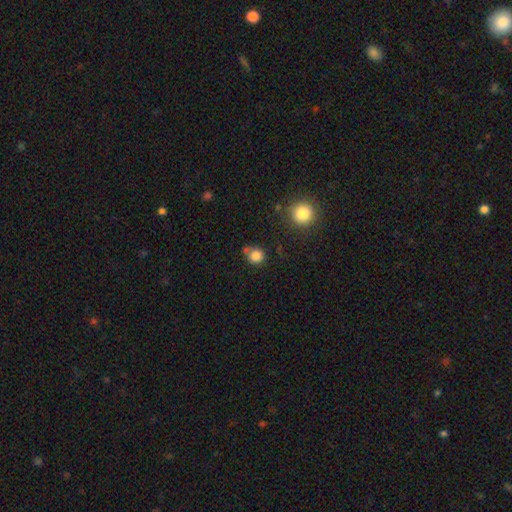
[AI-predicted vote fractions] A smooth galaxy with no disk features (82%) that is round (84%).

Vote fractions:
- Smooth or featured? smooth: 82% / star or artifact: 12% / featured or disk: 5%
- How rounded? round: 84% / in between: 15% / cigar-shaped: 1%
- Merging? none: 64% / minor disturbance: 15% / merger: 15% / major disturbance: 5%